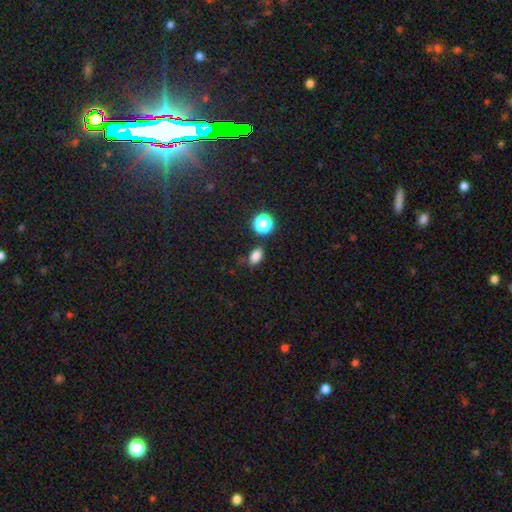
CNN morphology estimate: smooth_or_featured: smooth (p=0.80) [alt: star or artifact p=0.14]
how_rounded: in between (p=0.81) [alt: round p=0.17]
merging: none (p=0.77) [alt: minor disturbance p=0.15]